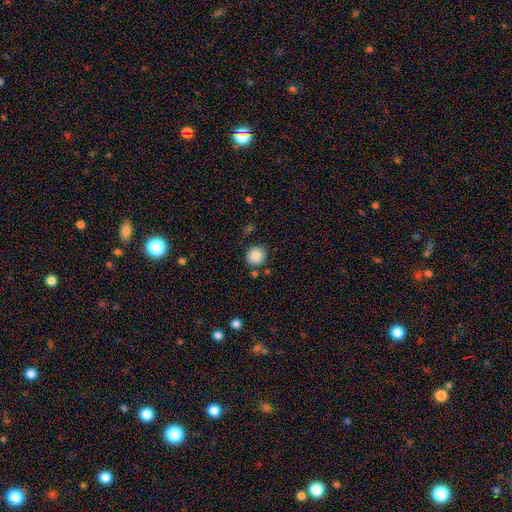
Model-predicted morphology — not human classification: The model was most divided on "merging": none: 83%, minor disturbance: 9%, merger: 5%, major disturbance: 3%. More confident: smooth or featured — smooth (87%); how rounded — round (87%).